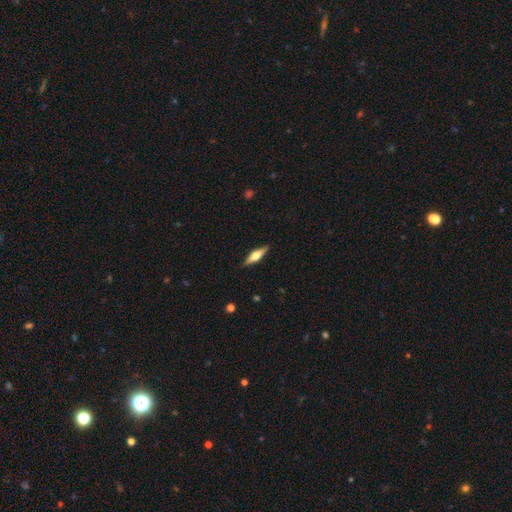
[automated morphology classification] Smooth or featured? featured or disk (56%)
Edge-on disk? yes (96%)
Edge-on bulge? rounded (89%)
Merging? none (88%)